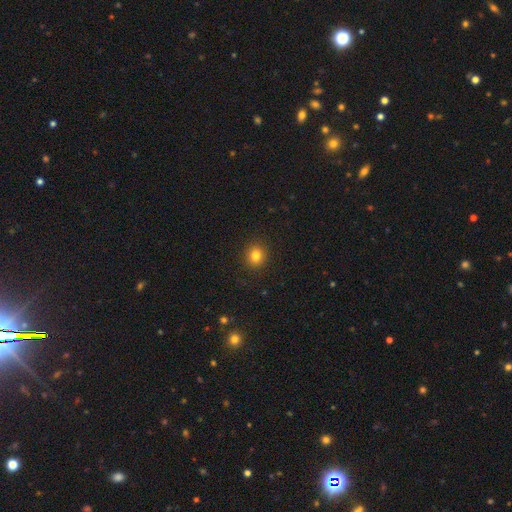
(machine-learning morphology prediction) Q: Smooth or featured?
A: smooth (81%); runner-up: star or artifact (13%)
Q: How rounded?
A: round (85%); runner-up: in between (14%)
Q: Merging?
A: none (91%); runner-up: minor disturbance (6%)